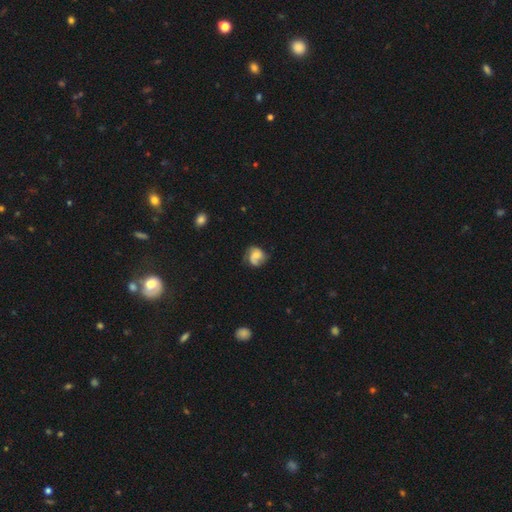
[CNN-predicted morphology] This appears to be a featured or disk galaxy (54%) with no bar (62%), spiral arms (87%) and a small central bulge (35%, tied with moderate). Merging: none (58%).